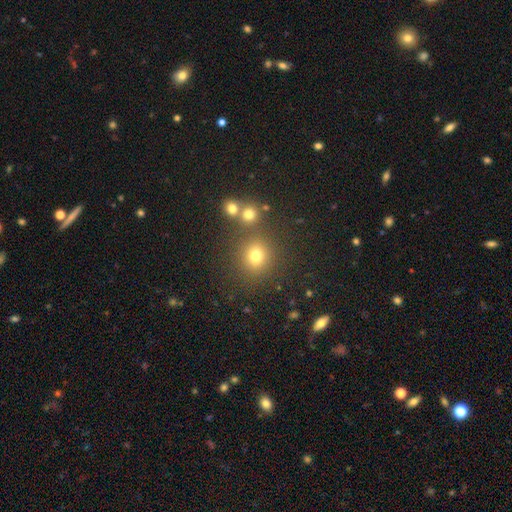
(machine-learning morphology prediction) smooth-or-featured: smooth: 74% | star or artifact: 19% | featured or disk: 7%
  how-rounded: round: 86% | in between: 13% | cigar-shaped: 1%
  merging: none: 76% | merger: 11% | minor disturbance: 9% | major disturbance: 4%